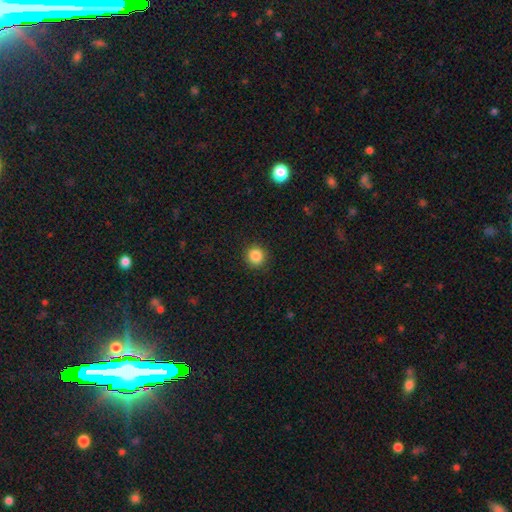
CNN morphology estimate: Overall: smooth (86%). How rounded: round (92%). Merging: none (91%).